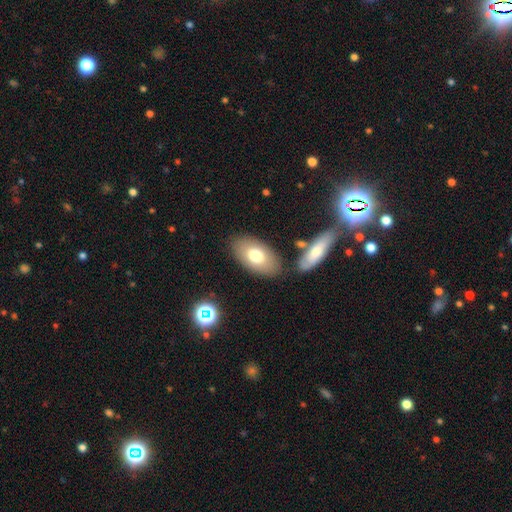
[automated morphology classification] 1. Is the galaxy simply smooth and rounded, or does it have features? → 72% smooth, 20% featured or disk, 7% star or artifact.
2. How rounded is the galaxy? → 93% in between, 5% round, 2% cigar-shaped.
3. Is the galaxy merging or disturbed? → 79% none, 12% minor disturbance, 6% merger, 4% major disturbance.